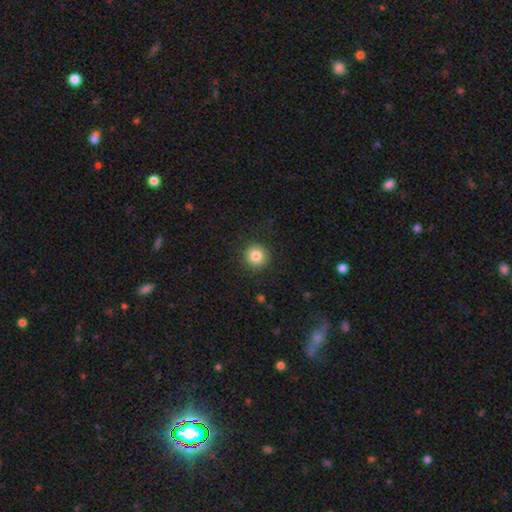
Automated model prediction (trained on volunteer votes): This appears to be a smooth galaxy with no disk features (84%) that is round (93%). Merging: none (90%).